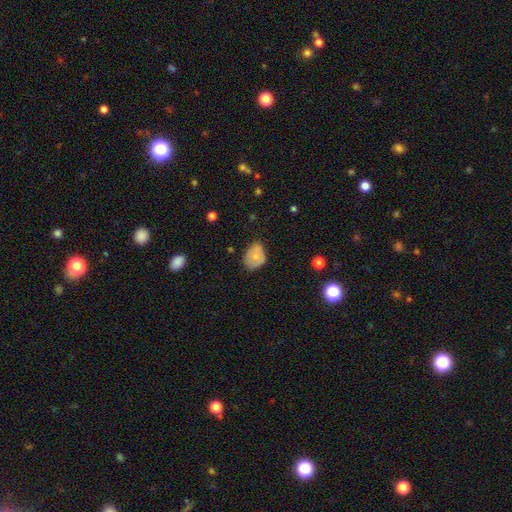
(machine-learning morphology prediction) smooth-or-featured: smooth: 59% | featured or disk: 32% | star or artifact: 8%
  how-rounded: in between: 65% | round: 34% | cigar-shaped: 1%
  merging: none: 48% | minor disturbance: 39% | major disturbance: 10% | merger: 2%